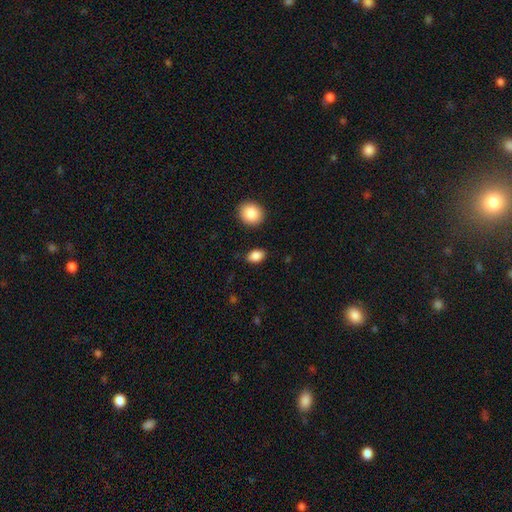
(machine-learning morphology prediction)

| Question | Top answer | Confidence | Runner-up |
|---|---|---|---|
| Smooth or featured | smooth | 88% | star or artifact (8%) |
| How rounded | in between | 80% | round (18%) |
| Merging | none | 85% | minor disturbance (10%) |